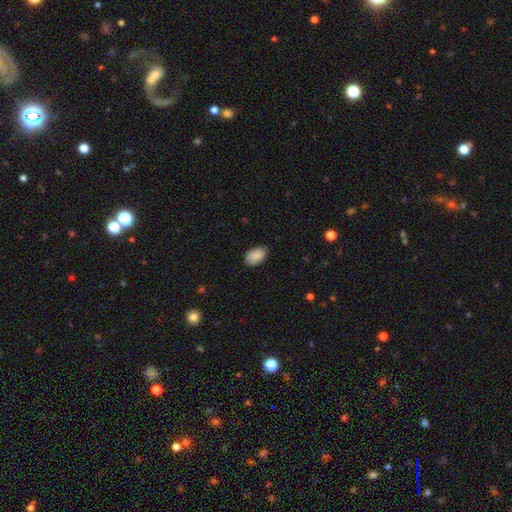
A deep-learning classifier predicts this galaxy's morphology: type=smooth (88%); roundness=in between (92%); merging=none (80%).